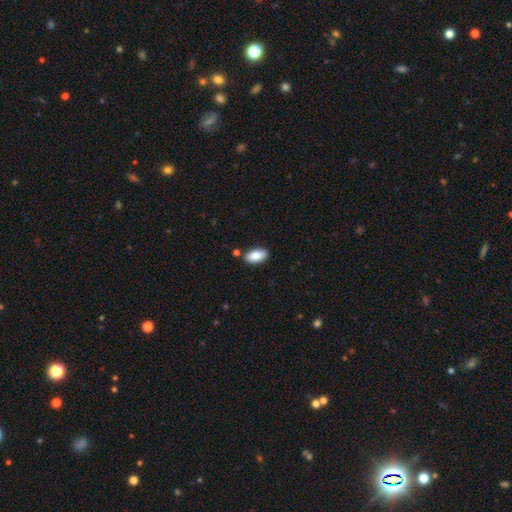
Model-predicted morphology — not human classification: Smooth or featured: smooth — 87% (star or artifact — 7%)
How rounded: in between — 93% (cigar-shaped — 4%)
Merging: none — 83% (minor disturbance — 10%)